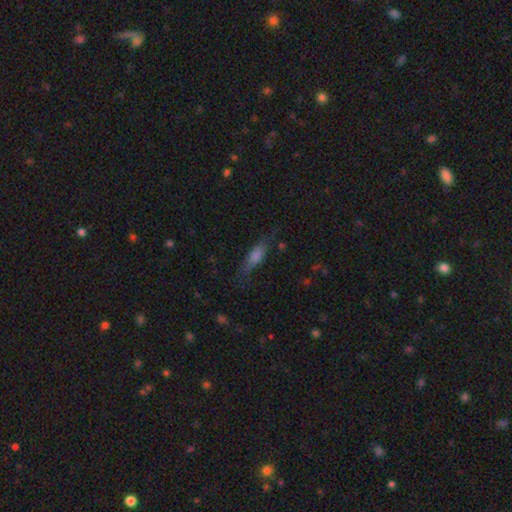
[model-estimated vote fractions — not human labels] smooth-or-featured: smooth: 57% | featured or disk: 31% | star or artifact: 11%
  how-rounded: cigar-shaped: 61% | in between: 36% | round: 3%
  merging: none: 71% | minor disturbance: 20% | major disturbance: 7% | merger: 2%